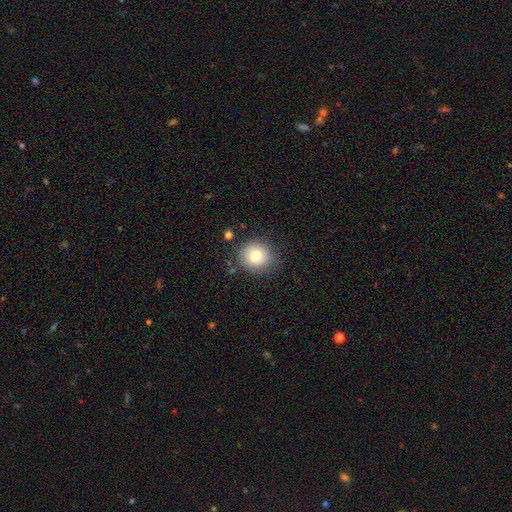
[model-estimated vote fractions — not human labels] Smooth or featured? Predicted: smooth (p=0.77). How rounded? Predicted: round (p=0.85). Merging? Predicted: none (p=0.80).